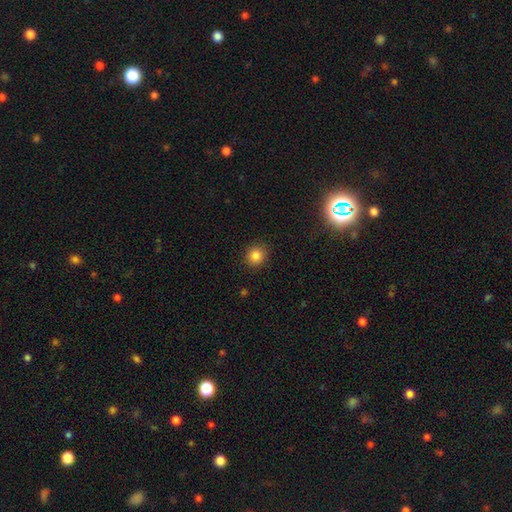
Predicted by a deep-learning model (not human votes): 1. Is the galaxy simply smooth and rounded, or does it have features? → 83% smooth, 12% star or artifact, 5% featured or disk.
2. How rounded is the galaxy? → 87% round, 12% in between, 1% cigar-shaped.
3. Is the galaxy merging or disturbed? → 89% none, 7% minor disturbance, 2% major disturbance, 1% merger.